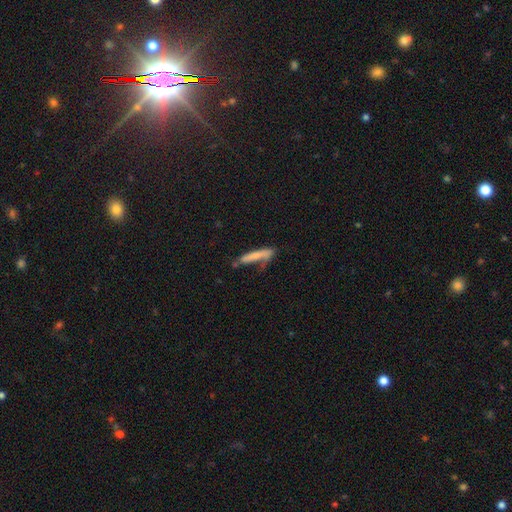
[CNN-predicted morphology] type=smooth (68%); roundness=cigar-shaped (88%); merging=none (50%).